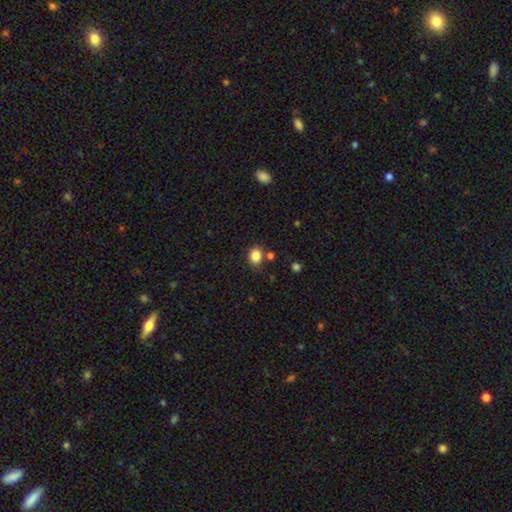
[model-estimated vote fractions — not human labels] smooth 85%, star or artifact 10%, featured or disk 5%. Down the decision tree: how rounded — in between (52%); merging — none (77%).